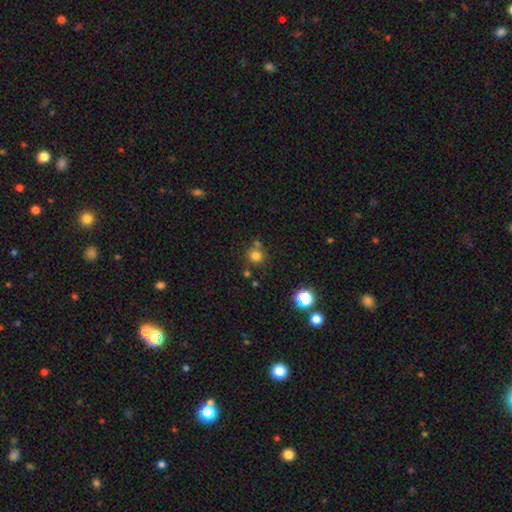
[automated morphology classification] A smooth galaxy with no disk features (77%) that is round (90%). Merging: none (71%).